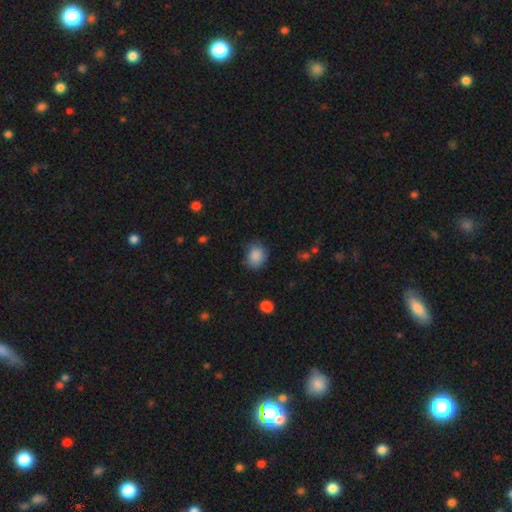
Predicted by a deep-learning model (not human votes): A smooth galaxy with no disk features (87%) that is round (57%). Merging: none (73%).